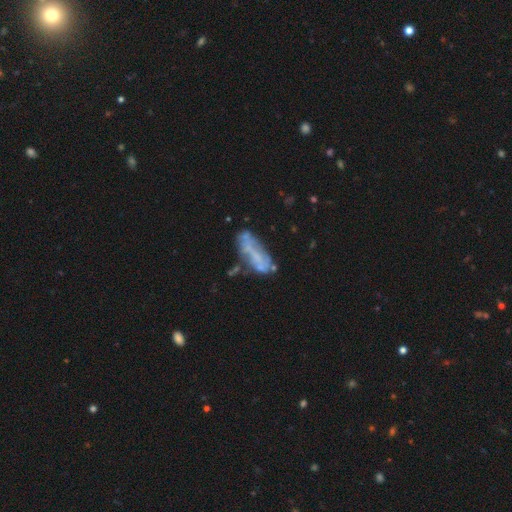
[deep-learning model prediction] Smooth or featured: featured or disk — 56% (smooth — 33%)
Edge-on disk: no — 85% (yes — 15%)
Merging: none — 46% (minor disturbance — 24%)